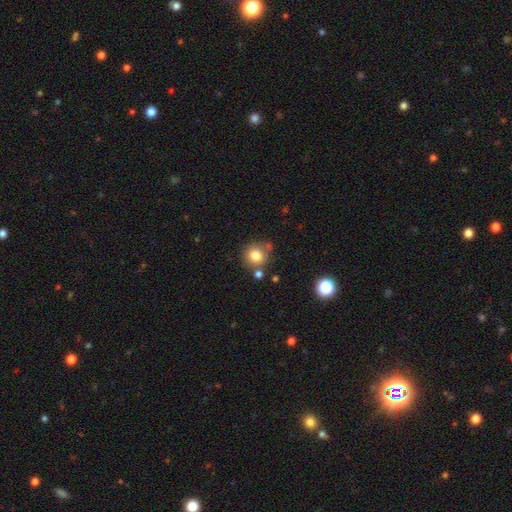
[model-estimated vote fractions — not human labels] Smooth or featured? smooth (79%)
How rounded? round (89%)
Merging? none (72%)